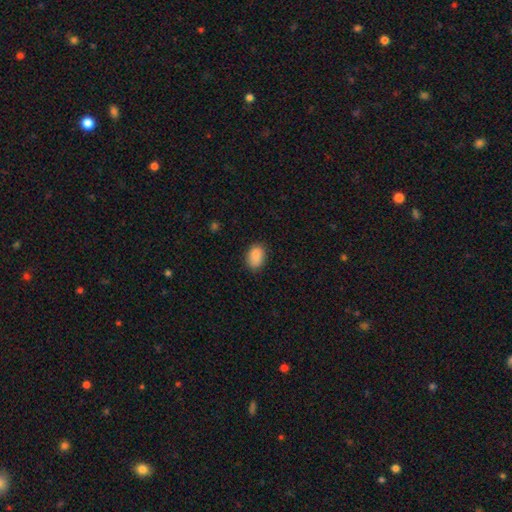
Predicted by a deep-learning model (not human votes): Smooth or featured? smooth (89%)
How rounded? in between (85%)
Merging? none (82%)